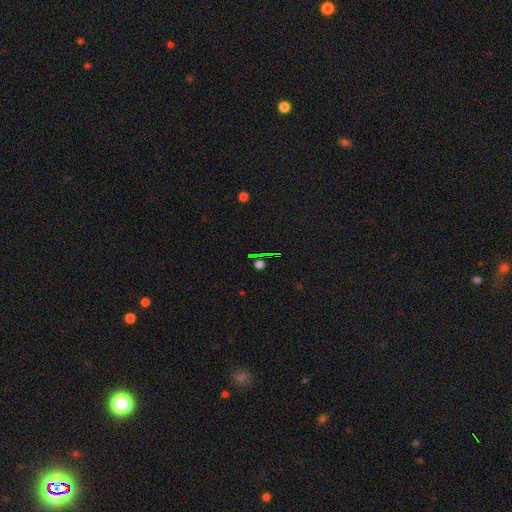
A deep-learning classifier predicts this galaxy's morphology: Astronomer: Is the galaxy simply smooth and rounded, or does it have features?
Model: star or artifact — 65%.